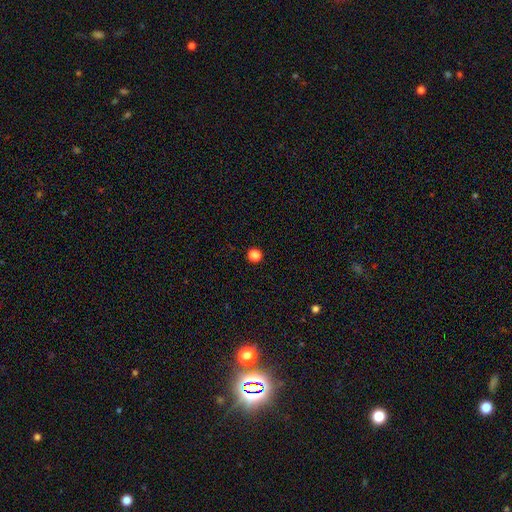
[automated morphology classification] A smooth galaxy with no disk features (82%) that is round (79%). Merging: none (92%).